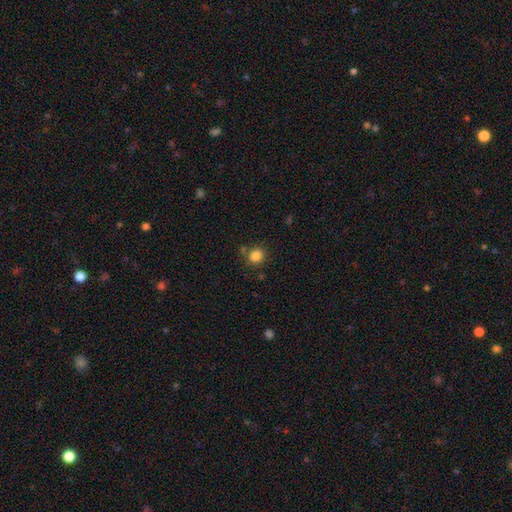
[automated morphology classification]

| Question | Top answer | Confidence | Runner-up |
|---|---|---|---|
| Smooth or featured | smooth | 84% | star or artifact (11%) |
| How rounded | round | 87% | in between (12%) |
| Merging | none | 79% | minor disturbance (10%) |